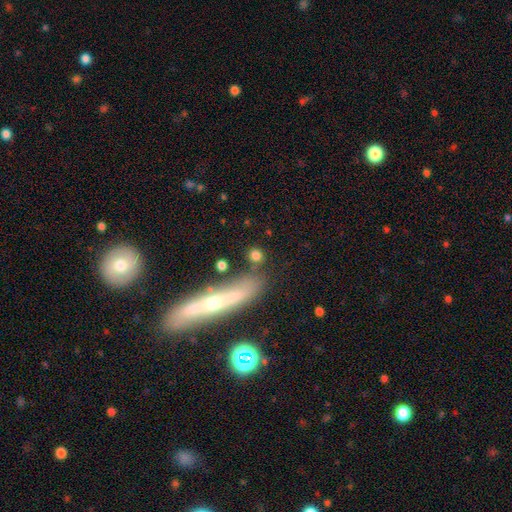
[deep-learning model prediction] A smooth galaxy with no disk features (77%) that is round (63%).

Vote fractions:
- Smooth or featured? smooth: 77% / star or artifact: 11% / featured or disk: 11%
- How rounded? round: 63% / in between: 25% / cigar-shaped: 11%
- Merging? none: 73% / minor disturbance: 11% / merger: 11% / major disturbance: 5%